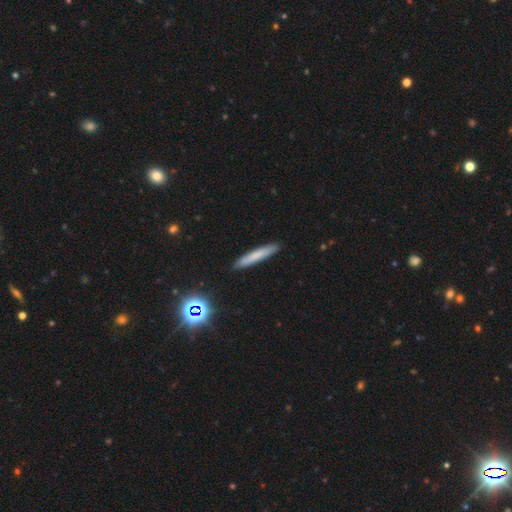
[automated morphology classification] Smooth or featured? Predicted: smooth (p=0.72). How rounded? Predicted: cigar-shaped (p=0.93). Merging? Predicted: none (p=0.90).